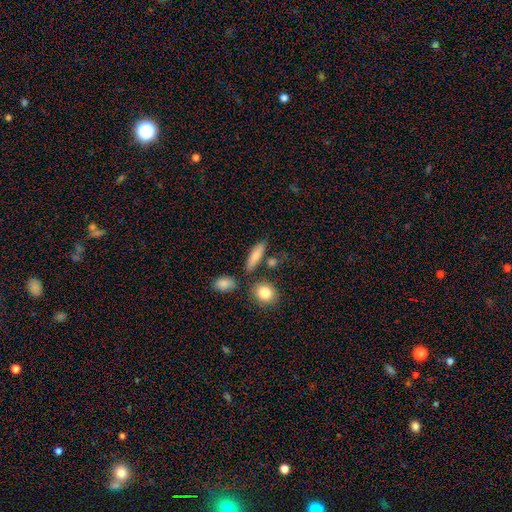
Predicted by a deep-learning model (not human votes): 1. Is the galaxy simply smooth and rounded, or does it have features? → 80% smooth, 13% featured or disk, 8% star or artifact.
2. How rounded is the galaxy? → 50% cigar-shaped, 43% in between, 7% round.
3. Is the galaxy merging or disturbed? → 75% none, 12% minor disturbance, 9% merger, 4% major disturbance.